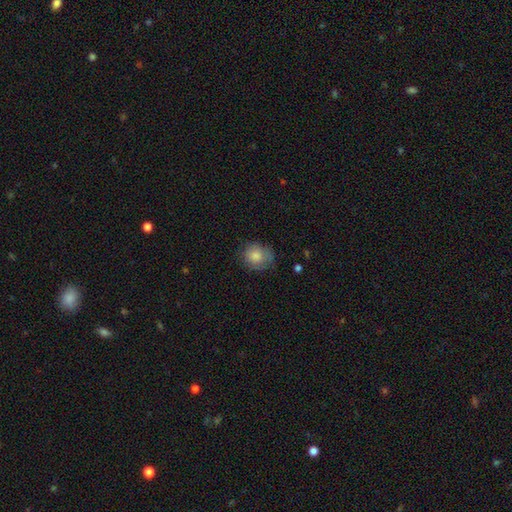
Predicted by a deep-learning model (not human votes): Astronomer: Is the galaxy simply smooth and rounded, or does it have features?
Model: smooth — 77%.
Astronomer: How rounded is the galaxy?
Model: round — 76%.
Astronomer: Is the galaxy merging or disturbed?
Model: none — 72%.